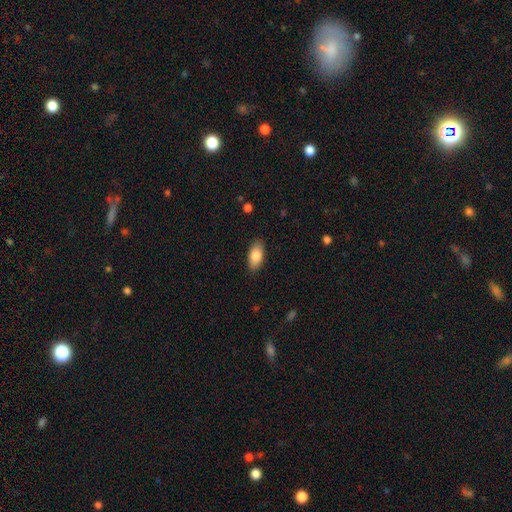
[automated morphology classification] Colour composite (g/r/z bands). It shows a smooth galaxy with no disk features (84%) that is in between round and cigar-shaped (90%). Merging: none (87%).